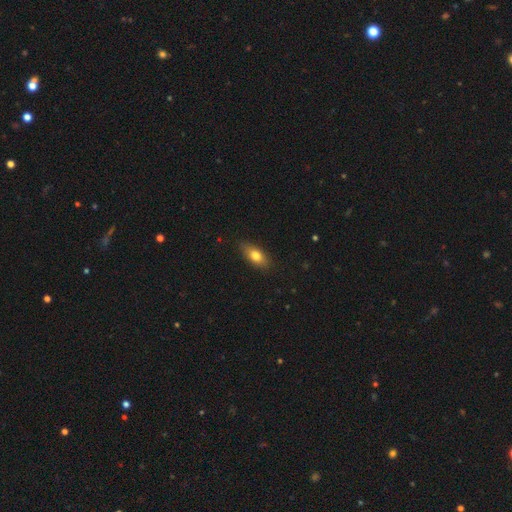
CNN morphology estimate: Smooth or featured: smooth — 77% (featured or disk — 15%)
How rounded: in between — 83% (cigar-shaped — 11%)
Merging: none — 83% (minor disturbance — 13%)